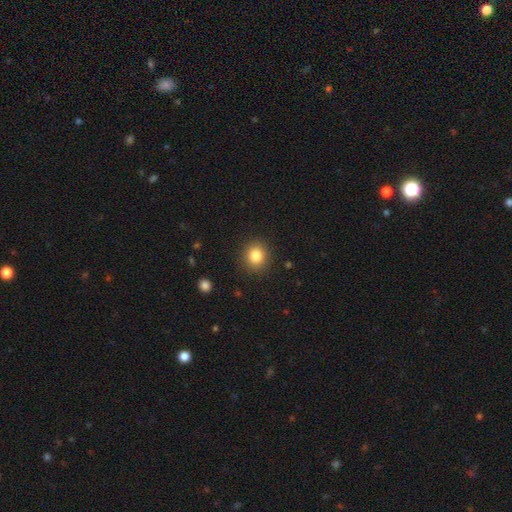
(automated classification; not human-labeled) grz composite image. It shows a smooth galaxy with no disk features (84%) that is round (83%). Merging: none (89%).